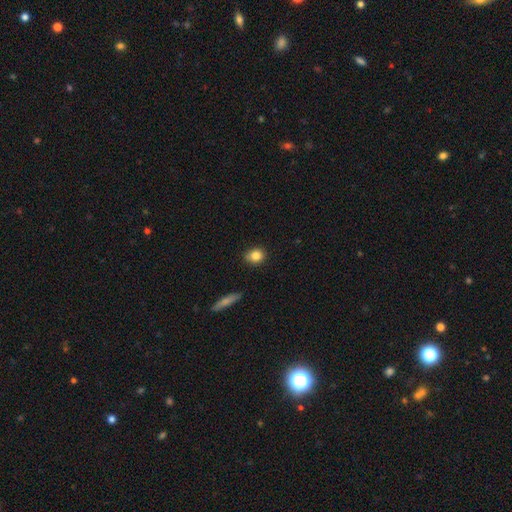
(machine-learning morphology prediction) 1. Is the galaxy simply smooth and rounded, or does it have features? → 84% smooth, 9% star or artifact, 7% featured or disk.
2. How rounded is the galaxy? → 75% round, 23% in between, 2% cigar-shaped.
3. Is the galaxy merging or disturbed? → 86% none, 11% minor disturbance, 2% major disturbance, 1% merger.